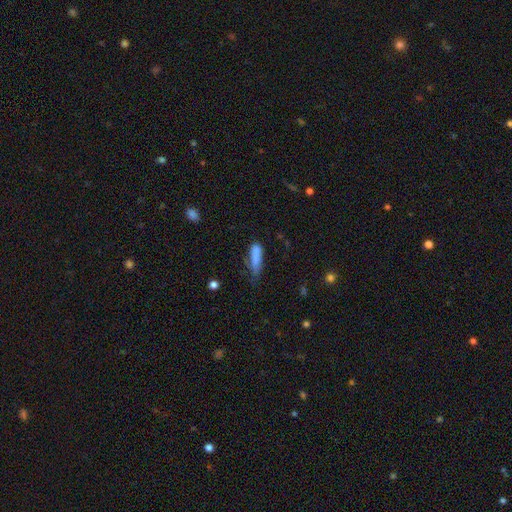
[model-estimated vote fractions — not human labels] A smooth galaxy with no disk features (80%) that is cigar-shaped (55%). Merging: minor disturbance (39%).